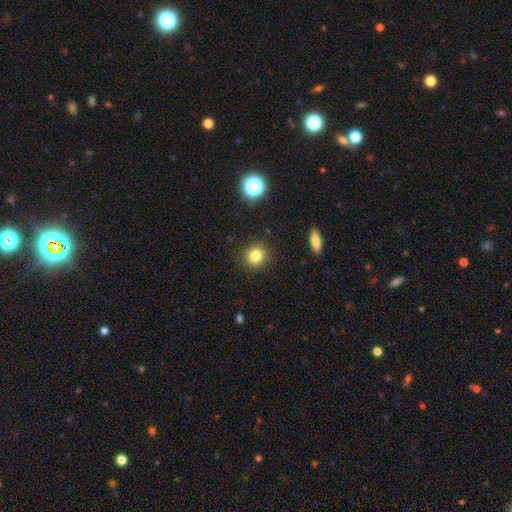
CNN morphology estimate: A smooth galaxy with no disk features (82%) that is round (84%).

Vote fractions:
- Smooth or featured? smooth: 82% / star or artifact: 12% / featured or disk: 6%
- How rounded? round: 84% / in between: 15% / cigar-shaped: 1%
- Merging? none: 89% / minor disturbance: 7% / major disturbance: 2% / merger: 1%